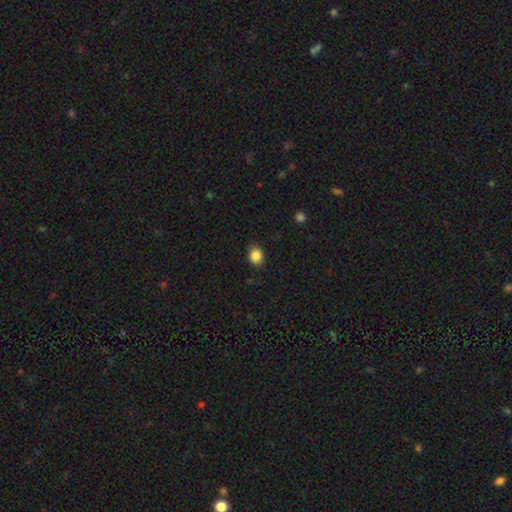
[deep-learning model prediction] Smooth or featured? smooth (86%)
How rounded? round (63%)
Merging? none (86%)